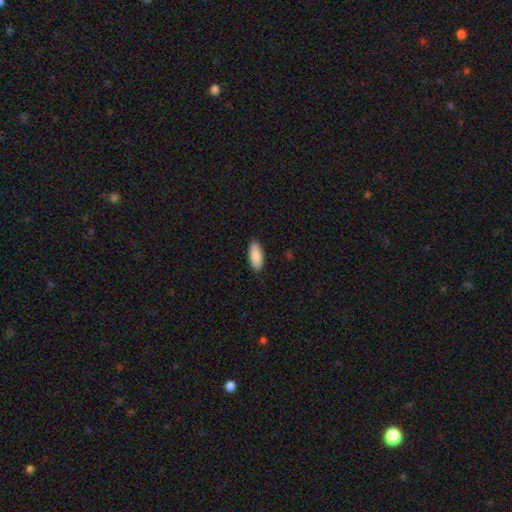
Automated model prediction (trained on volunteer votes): Morphology: type=smooth (90%); roundness=in between (82%); merging=none (89%).